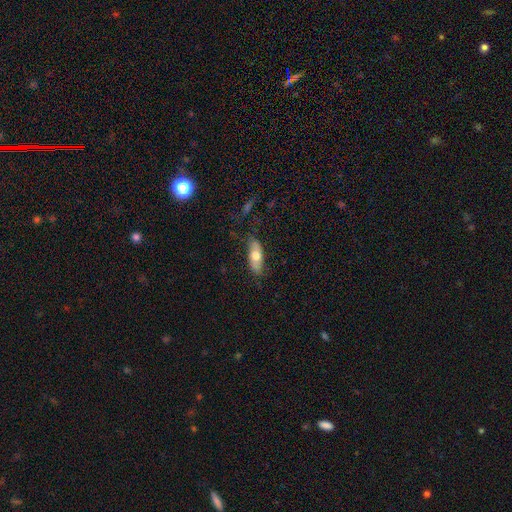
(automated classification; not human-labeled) A smooth galaxy with no disk features (62%) that is in between round and cigar-shaped (72%). Merging: none (77%).